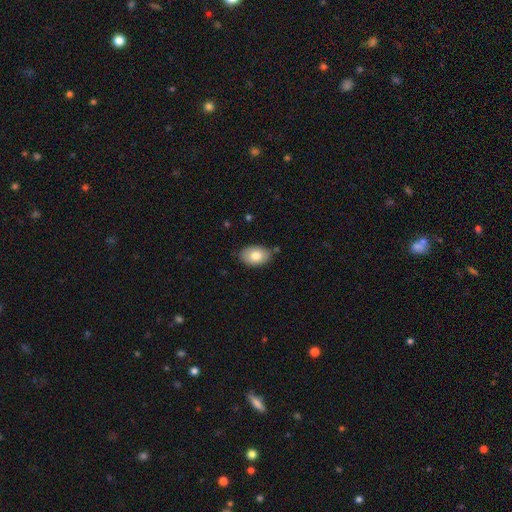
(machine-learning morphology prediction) Smooth or featured: smooth — 79% (featured or disk — 14%)
How rounded: in between — 87% (round — 12%)
Merging: none — 78% (minor disturbance — 17%)